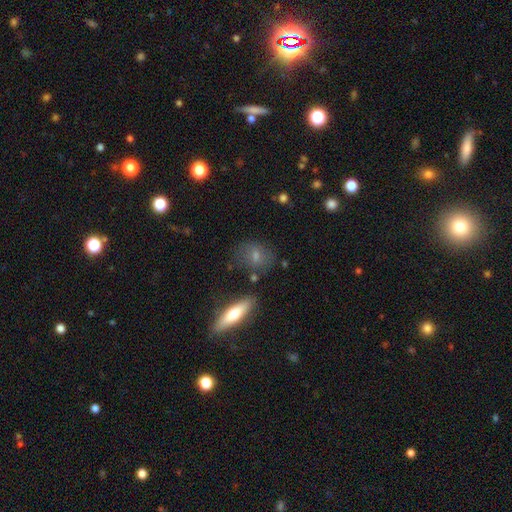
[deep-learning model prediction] Q: Smooth or featured?
A: smooth (56%); runner-up: featured or disk (27%)
Q: How rounded?
A: in between (51%); runner-up: round (40%)
Q: Merging?
A: none (76%); runner-up: minor disturbance (15%)